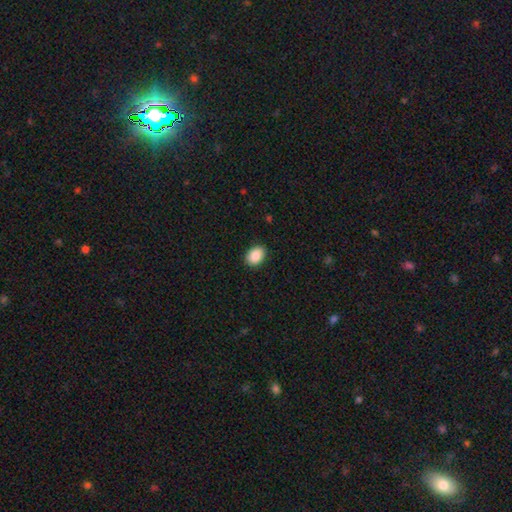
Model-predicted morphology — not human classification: Smooth or featured? Predicted: smooth (p=0.89). How rounded? Predicted: in between (p=0.75). Merging? Predicted: none (p=0.89).